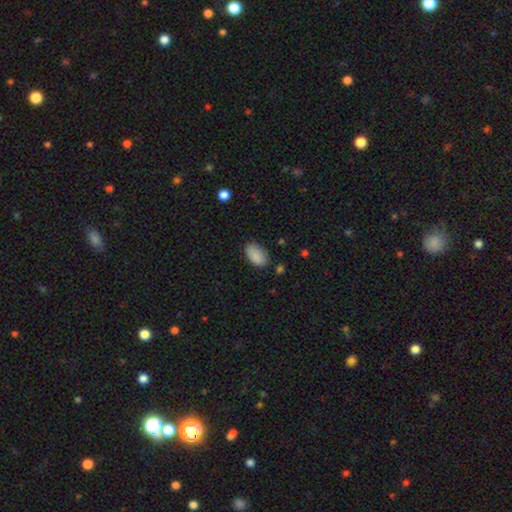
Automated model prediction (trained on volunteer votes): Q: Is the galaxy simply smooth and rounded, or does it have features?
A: smooth — 89%.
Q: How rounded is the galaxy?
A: in between — 93%.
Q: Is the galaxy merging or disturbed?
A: none — 77%.